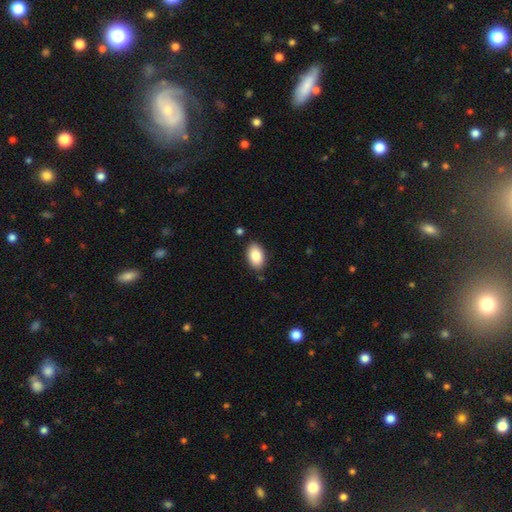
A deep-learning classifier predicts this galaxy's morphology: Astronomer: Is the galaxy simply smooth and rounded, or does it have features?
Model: smooth — 87%.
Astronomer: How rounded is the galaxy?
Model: in between — 92%.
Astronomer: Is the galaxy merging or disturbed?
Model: none — 85%.